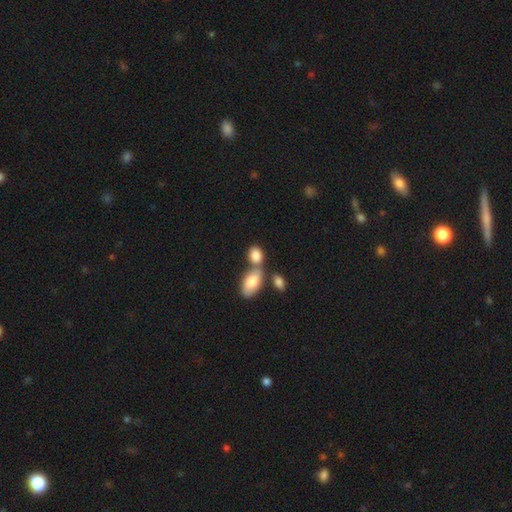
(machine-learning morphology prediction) Q: Smooth or featured?
A: smooth (83%); runner-up: featured or disk (10%)
Q: How rounded?
A: in between (81%); runner-up: round (16%)
Q: Merging?
A: merger (42%); runner-up: none (41%)